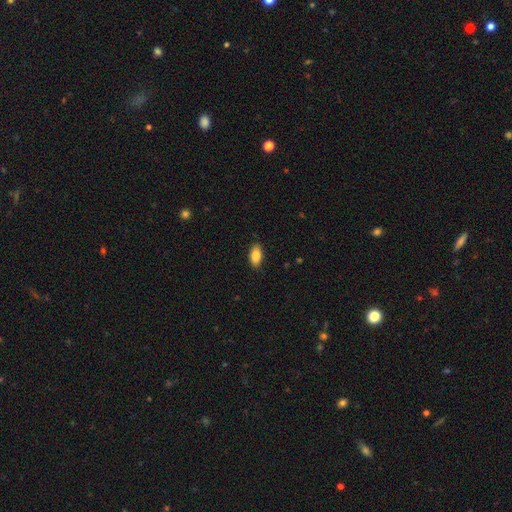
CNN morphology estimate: Overall: smooth (83%). How rounded: in between (89%). Merging: none (87%).